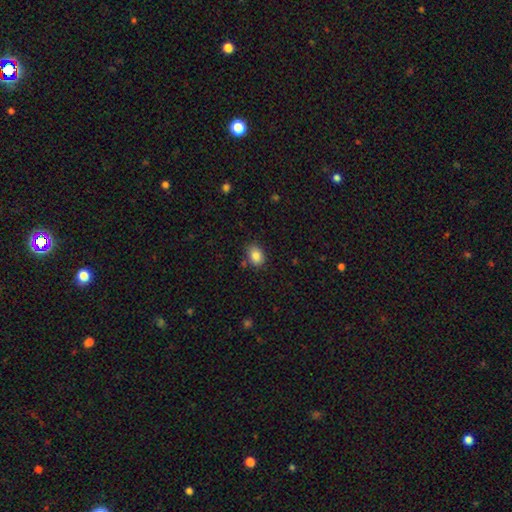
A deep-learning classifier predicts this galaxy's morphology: A smooth galaxy with no disk features (86%) that is in between round and cigar-shaped (67%). Merging: none (78%).